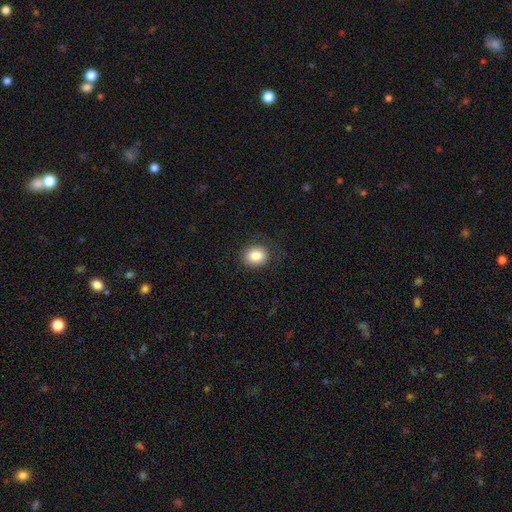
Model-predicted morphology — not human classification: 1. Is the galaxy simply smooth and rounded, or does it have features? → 86% smooth, 9% star or artifact, 5% featured or disk.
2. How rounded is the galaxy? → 57% round, 42% in between, 1% cigar-shaped.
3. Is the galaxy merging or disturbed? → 80% none, 14% minor disturbance, 5% major disturbance, 1% merger.